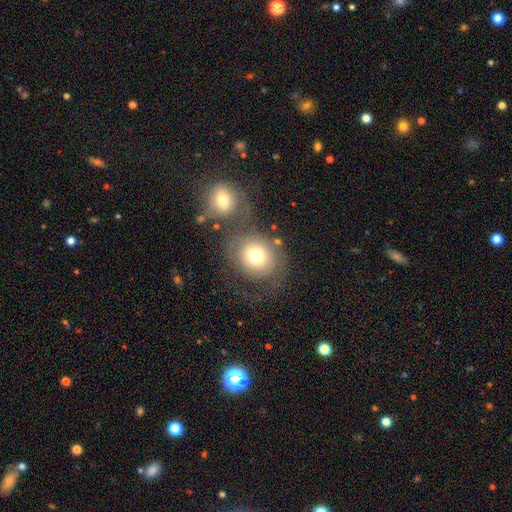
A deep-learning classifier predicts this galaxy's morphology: Smooth or featured? Predicted: smooth (p=0.58). How rounded? Predicted: round (p=0.72). Merging? Predicted: none (p=0.45).